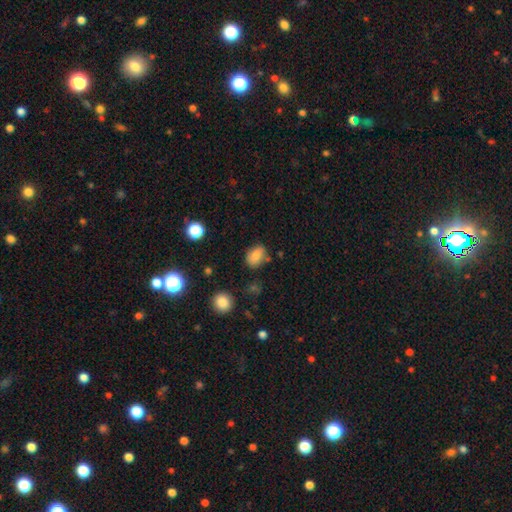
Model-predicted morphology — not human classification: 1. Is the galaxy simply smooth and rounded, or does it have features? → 80% smooth, 11% star or artifact, 9% featured or disk.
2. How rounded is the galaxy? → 69% in between, 30% round, 1% cigar-shaped.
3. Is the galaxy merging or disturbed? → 74% none, 17% minor disturbance, 5% merger, 4% major disturbance.